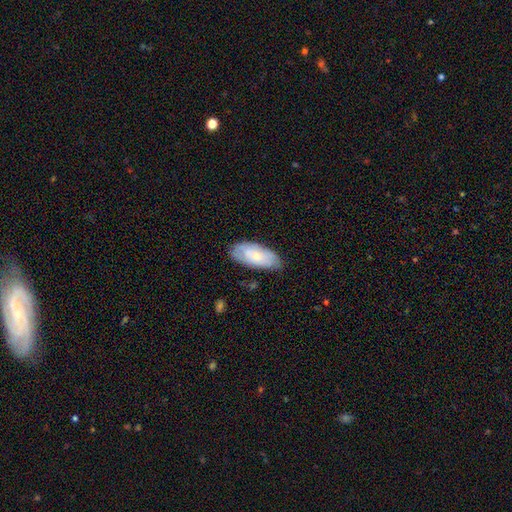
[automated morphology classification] smooth_or_featured: smooth (p=0.49) [alt: featured or disk p=0.44]
merging: none (p=0.73) [alt: minor disturbance p=0.21]